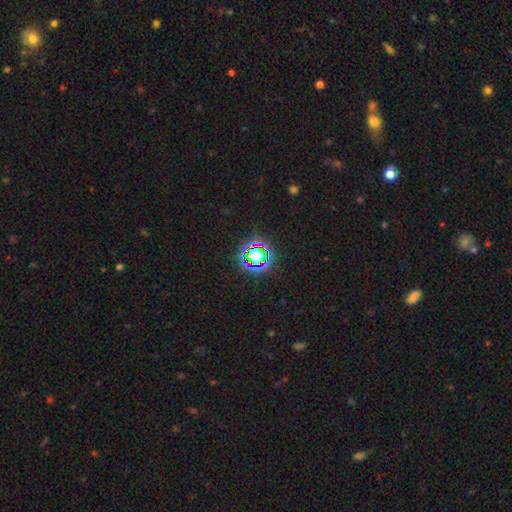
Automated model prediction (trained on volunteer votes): The model was most divided on "smooth or featured": star or artifact: 67%, smooth: 22%, featured or disk: 11%.